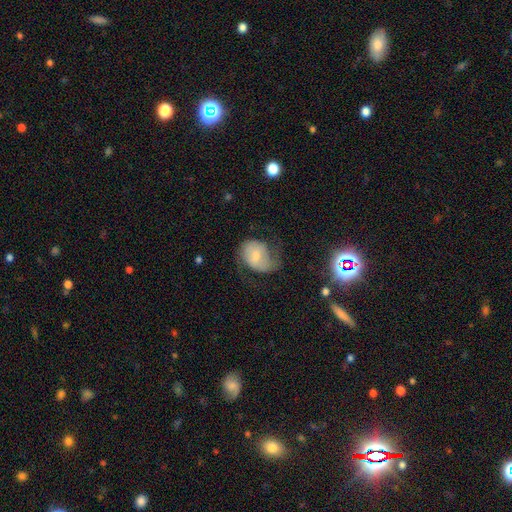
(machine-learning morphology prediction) The model was most divided on "bulge size": small: 44%, moderate: 42%, large: 6%, none: 5%, dominant: 2%. Remaining: edge-on disk — no (97%); spiral arms — yes (83%); smooth or featured — featured or disk (54%); bar — no (46%); merging — none (46%).